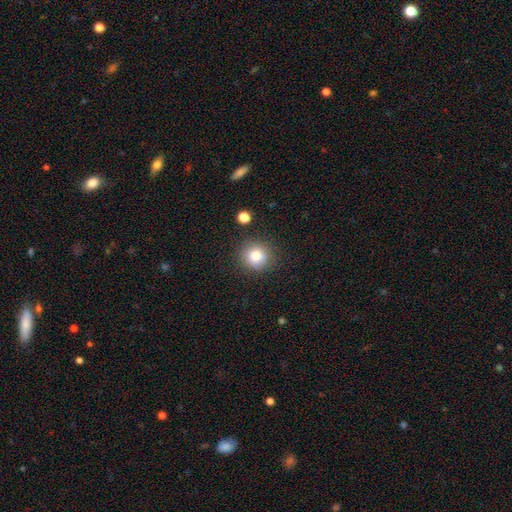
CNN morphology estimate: smooth 80%, star or artifact 11%, featured or disk 8%. Down the decision tree: how rounded — round (88%); merging — none (85%).